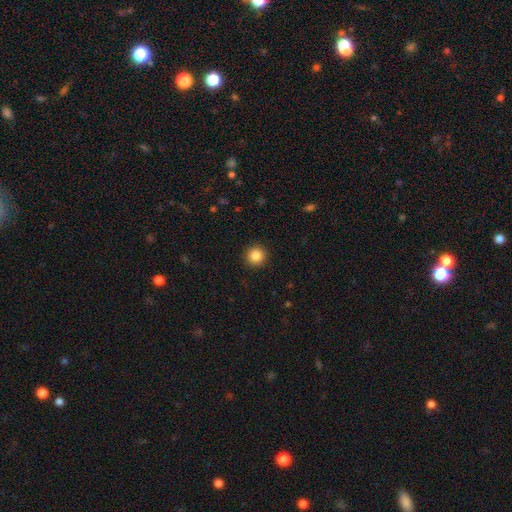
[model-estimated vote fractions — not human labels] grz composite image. It shows a smooth galaxy with no disk features (87%) that is round (95%). Merging: none (92%).